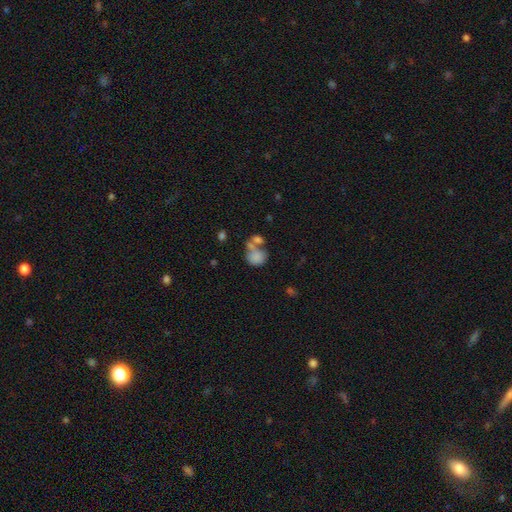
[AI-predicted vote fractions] Smooth or featured: smooth — 74% (featured or disk — 15%)
How rounded: round — 53% (in between — 46%)
Merging: merger — 46% (none — 30%)